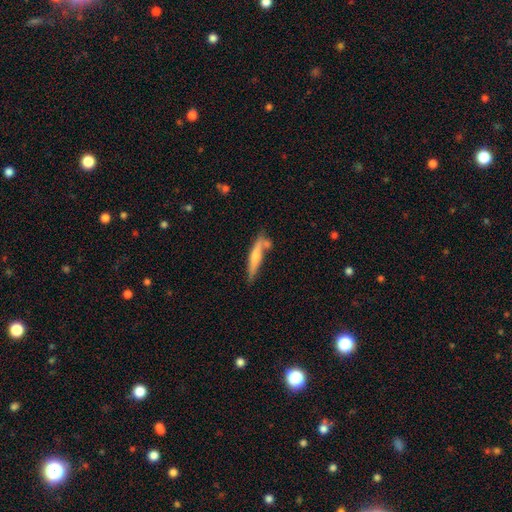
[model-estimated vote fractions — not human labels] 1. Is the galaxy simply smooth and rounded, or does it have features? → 60% smooth, 35% featured or disk, 6% star or artifact.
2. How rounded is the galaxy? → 88% cigar-shaped, 11% in between, 2% round.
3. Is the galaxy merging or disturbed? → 58% none, 20% minor disturbance, 17% merger, 5% major disturbance.